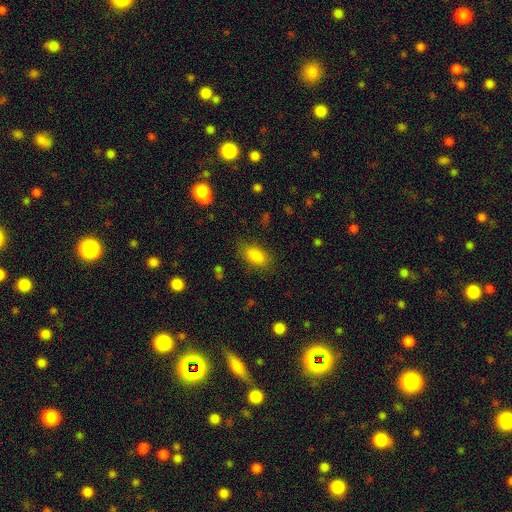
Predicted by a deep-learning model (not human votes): Smooth or featured? Predicted: smooth (p=0.86). How rounded? Predicted: in between (p=0.89). Merging? Predicted: none (p=0.81).